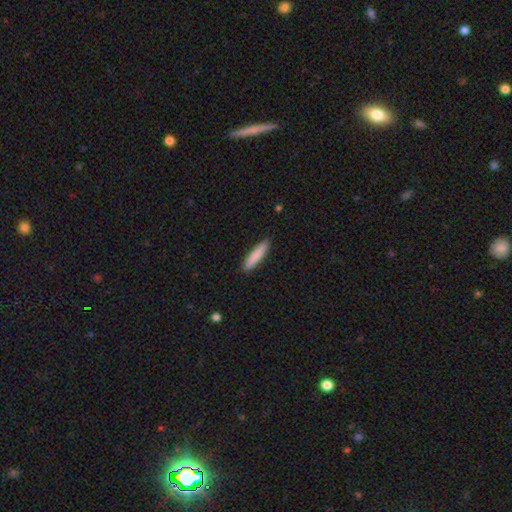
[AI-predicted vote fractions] smooth-or-featured: smooth: 85% | featured or disk: 10% | star or artifact: 5%
  how-rounded: cigar-shaped: 85% | in between: 14% | round: 1%
  merging: none: 90% | minor disturbance: 8% | major disturbance: 1% | merger: 1%